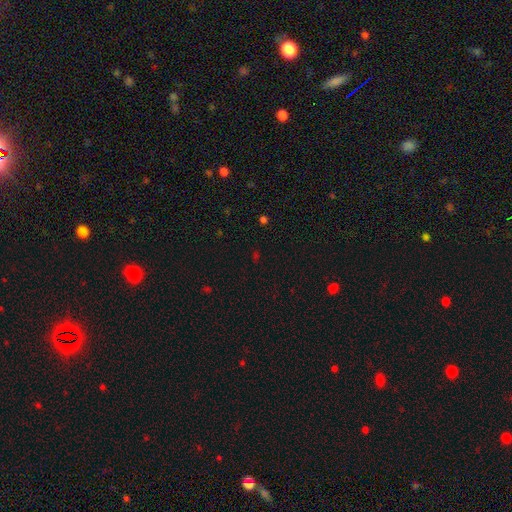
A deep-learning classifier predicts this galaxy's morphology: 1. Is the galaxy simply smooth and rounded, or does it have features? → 61% star or artifact, 32% smooth, 7% featured or disk.